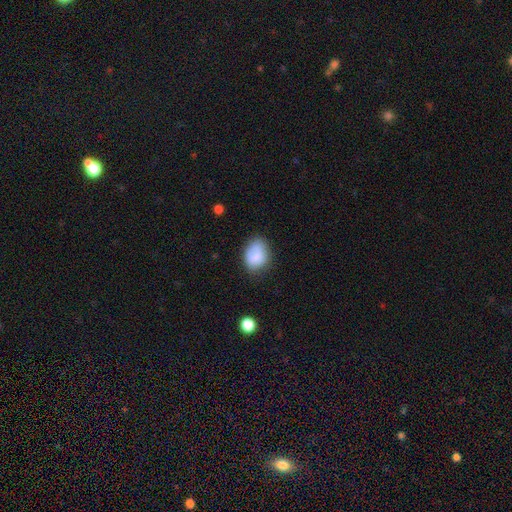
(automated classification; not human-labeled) This is clearly a smooth galaxy (81%). How rounded: likely in between (67%). Merging: likely none (64%).